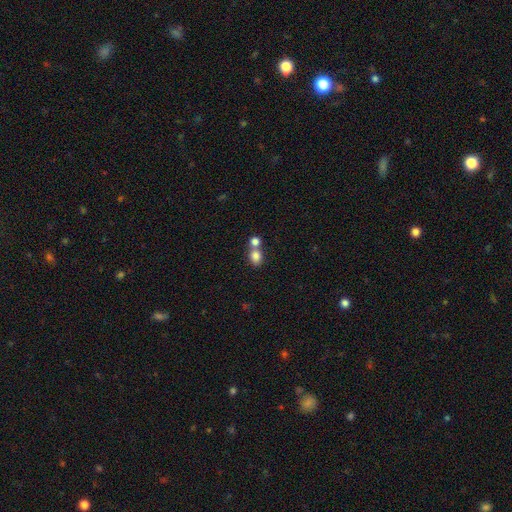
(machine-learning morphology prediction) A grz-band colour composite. It shows a smooth galaxy with no disk features (82%) that is round (53%). Merging: merger (50%).